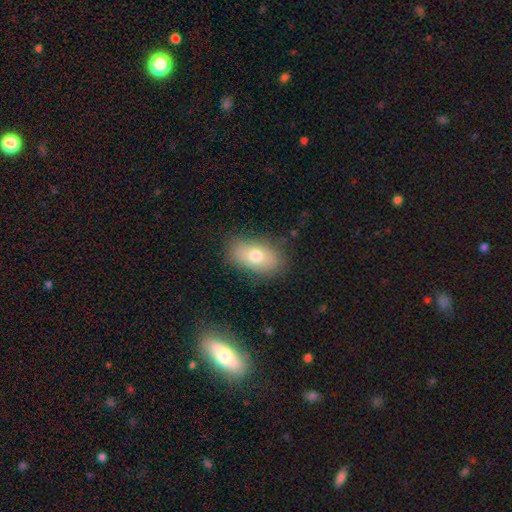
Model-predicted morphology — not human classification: The model was most divided on "smooth or featured": smooth: 74%, featured or disk: 18%, star or artifact: 9%. More confident: how rounded — in between (90%); merging — none (81%).